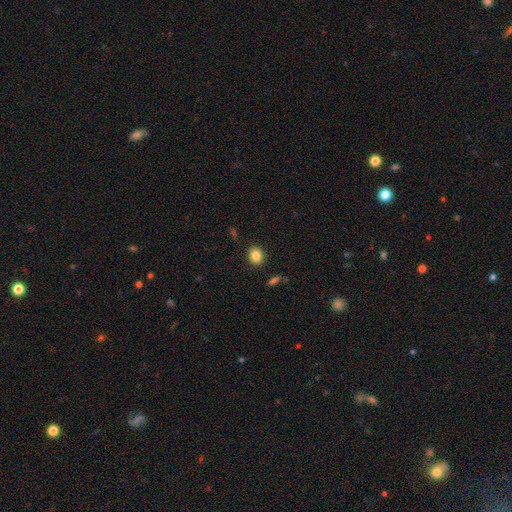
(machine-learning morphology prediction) This is clearly a smooth galaxy (85%). How rounded: likely round (63%). Merging: clearly none (89%).